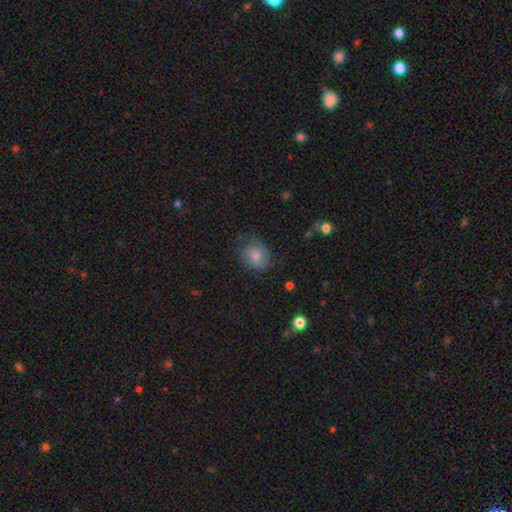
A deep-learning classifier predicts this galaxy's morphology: A smooth galaxy with no disk features (65%) that is round (66%).

Vote fractions:
- Smooth or featured? smooth: 65% / featured or disk: 26% / star or artifact: 9%
- How rounded? round: 66% / in between: 33% / cigar-shaped: 1%
- Merging? none: 66% / minor disturbance: 24% / major disturbance: 9% / merger: 1%